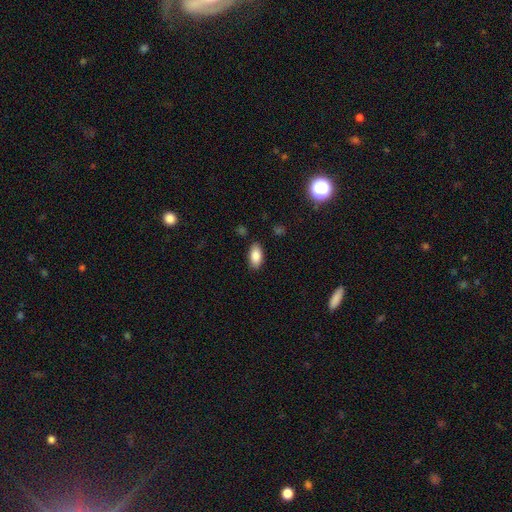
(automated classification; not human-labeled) smooth_or_featured: smooth (p=0.86) [alt: star or artifact p=0.07]
how_rounded: in between (p=0.91) [alt: cigar-shaped p=0.06]
merging: none (p=0.85) [alt: minor disturbance p=0.11]